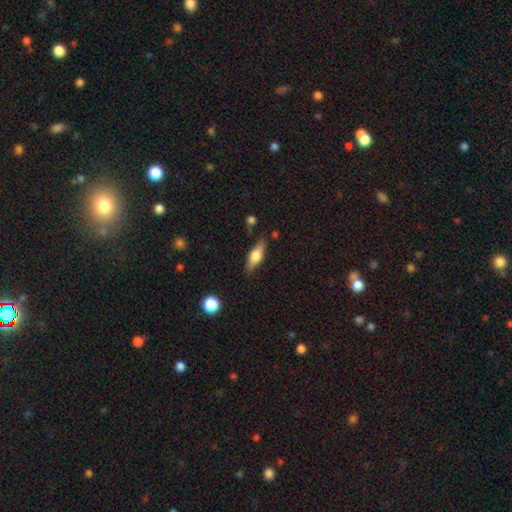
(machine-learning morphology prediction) Smooth or featured: smooth — 48% (featured or disk — 45%)
Merging: none — 79% (minor disturbance — 14%)